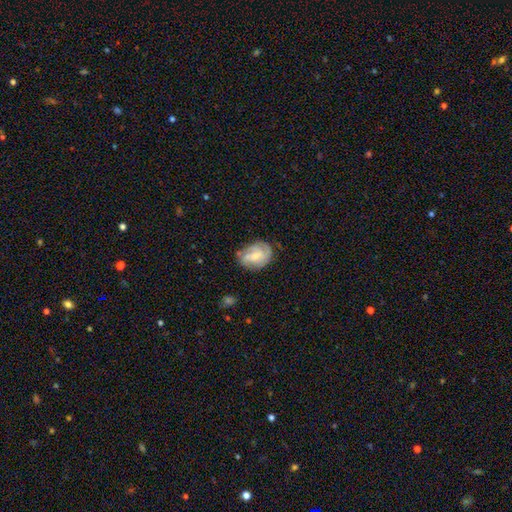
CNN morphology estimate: featured or disk 62%, smooth 31%, star or artifact 7%. Down the decision tree: edge-on disk — no (97%); bar — no (52%); spiral arms — yes (82%); bulge size — small (52%); merging — none (63%).